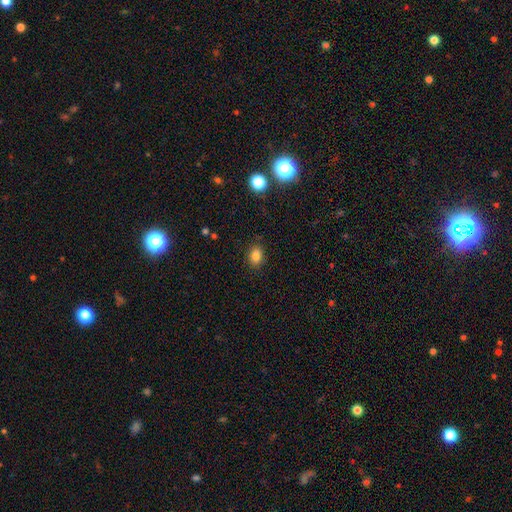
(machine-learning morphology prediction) This appears to be a smooth galaxy with no disk features (84%) that is in between round and cigar-shaped (70%). Merging: none (86%).